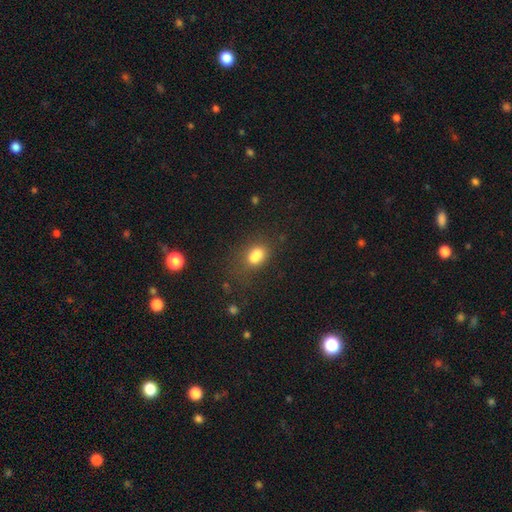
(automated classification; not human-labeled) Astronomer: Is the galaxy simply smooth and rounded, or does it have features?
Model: smooth — 74%.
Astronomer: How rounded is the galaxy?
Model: in between — 69%.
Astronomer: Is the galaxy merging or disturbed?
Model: none — 38% (runner-up: merger, 34%).